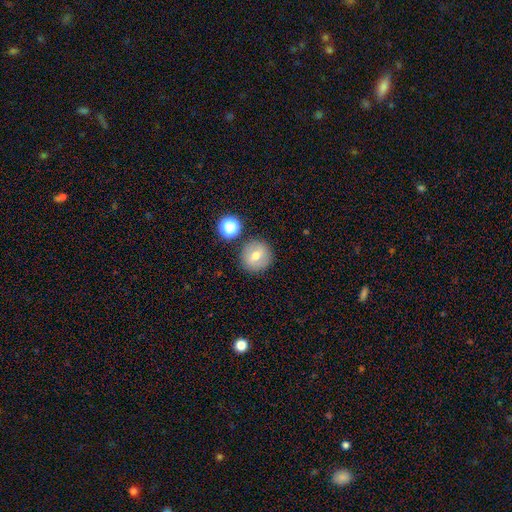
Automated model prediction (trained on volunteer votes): Morphology: type=smooth (68%); roundness=round (93%); merging=none (85%).